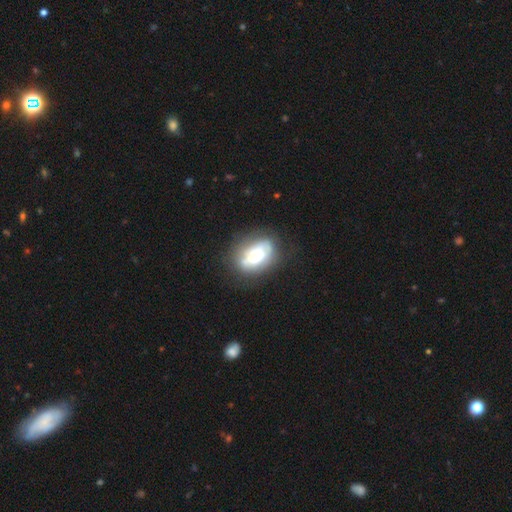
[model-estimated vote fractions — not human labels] This appears to be a smooth galaxy with no disk features (46%). Merging: none (56%).